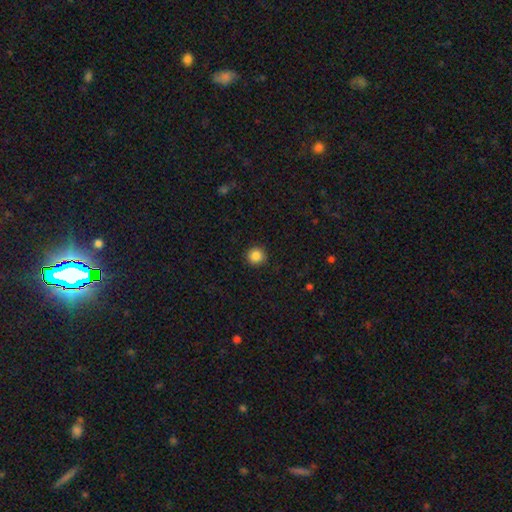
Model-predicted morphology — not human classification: A smooth galaxy with no disk features (86%) that is round (95%).

Vote fractions:
- Smooth or featured? smooth: 86% / star or artifact: 10% / featured or disk: 4%
- How rounded? round: 95% / in between: 4% / cigar-shaped: 1%
- Merging? none: 92% / minor disturbance: 5% / major disturbance: 2% / merger: 1%